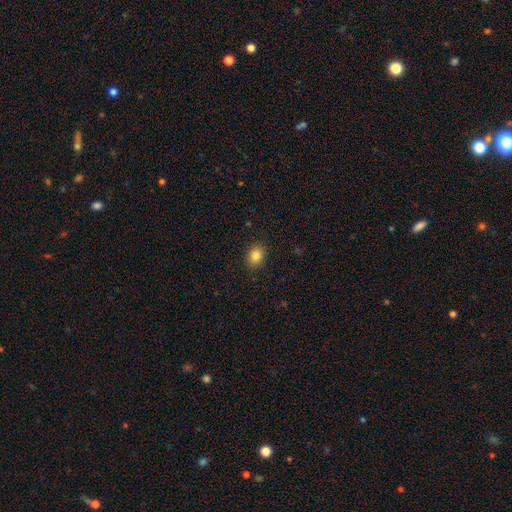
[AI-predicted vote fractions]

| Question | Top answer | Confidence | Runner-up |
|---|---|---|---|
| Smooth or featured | smooth | 85% | star or artifact (10%) |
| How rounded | in between | 56% | round (43%) |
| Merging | none | 88% | minor disturbance (8%) |